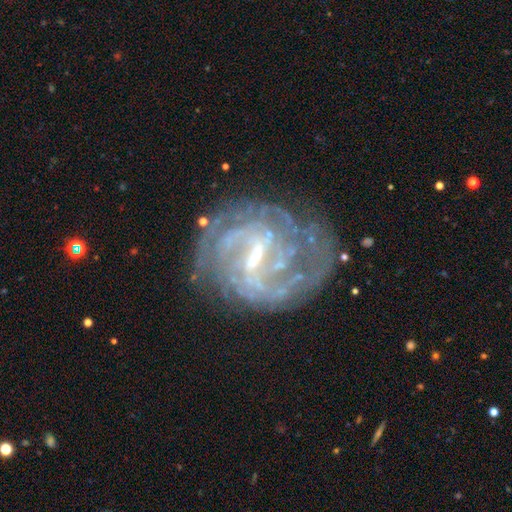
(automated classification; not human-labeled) Smooth or featured? featured or disk (87%)
Edge-on disk? no (97%)
Bar? weak (45%)
Spiral arms? yes (93%)
Spiral winding? tight (56%)
Spiral arm count? can't tell (34%)
Bulge size? small (59%)
Merging? none (67%)